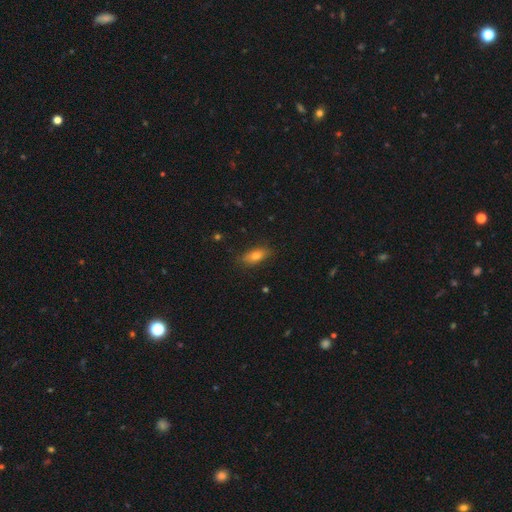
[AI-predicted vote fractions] Smooth or featured? Predicted: smooth (p=0.75). How rounded? Predicted: in between (p=0.80). Merging? Predicted: none (p=0.84).